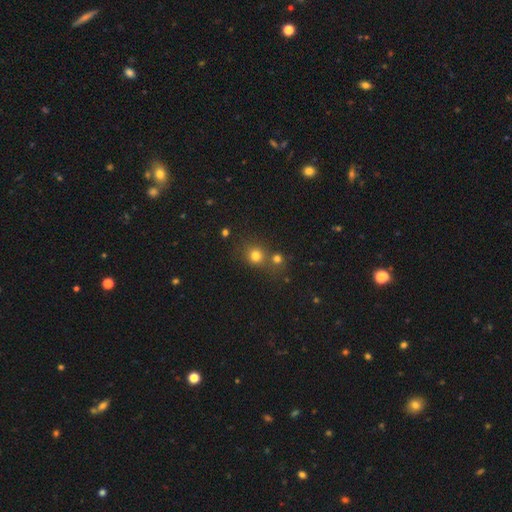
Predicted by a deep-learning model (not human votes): smooth 76%, star or artifact 17%, featured or disk 8%. Down the decision tree: how rounded — round (85%); merging — none (58%).